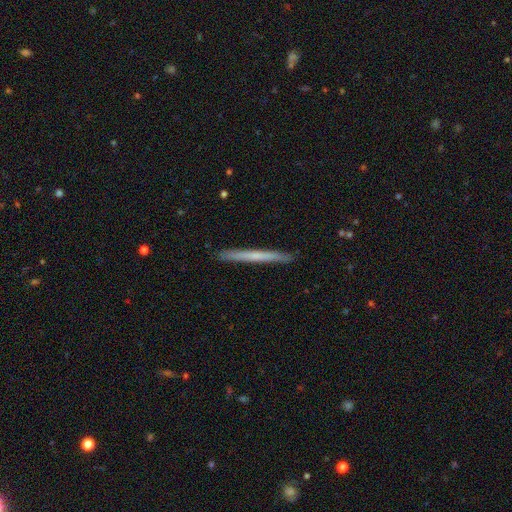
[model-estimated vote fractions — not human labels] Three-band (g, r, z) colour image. It shows a smooth galaxy with no disk features (52%) that is cigar-shaped (97%). Merging: none (93%).